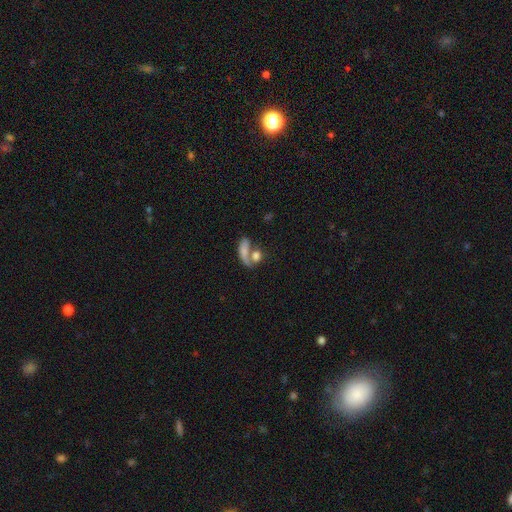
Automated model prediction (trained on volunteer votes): Smooth or featured? smooth (71%)
How rounded? in between (62%)
Merging? merger (52%)